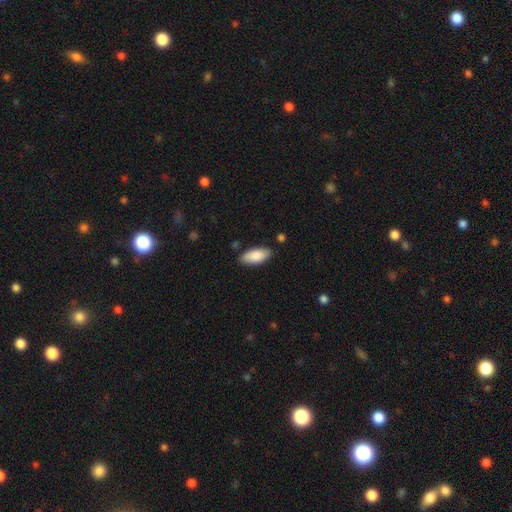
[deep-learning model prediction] smooth_or_featured: smooth (p=0.86) [alt: featured or disk p=0.08]
how_rounded: in between (p=0.86) [alt: cigar-shaped p=0.12]
merging: none (p=0.84) [alt: minor disturbance p=0.12]